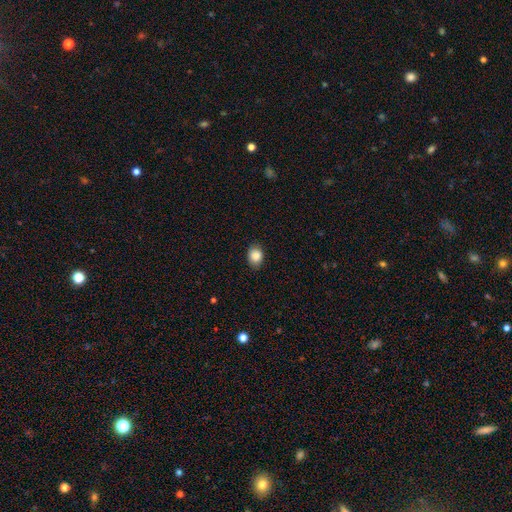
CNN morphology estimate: Overall: smooth (87%). How rounded: in between (58%; round 41%). Merging: none (84%).